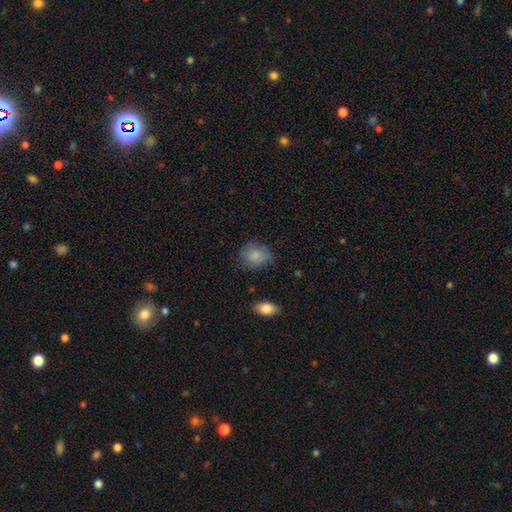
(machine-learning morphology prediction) Smooth or featured? smooth (82%)
How rounded? round (66%)
Merging? none (67%)